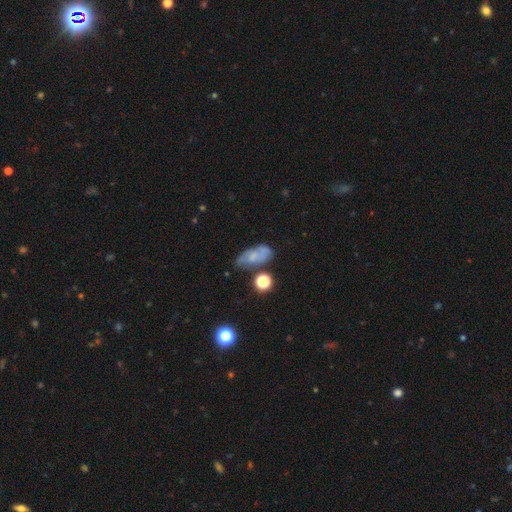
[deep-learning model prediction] A smooth galaxy with no disk features (49%). Merging: none (48%).